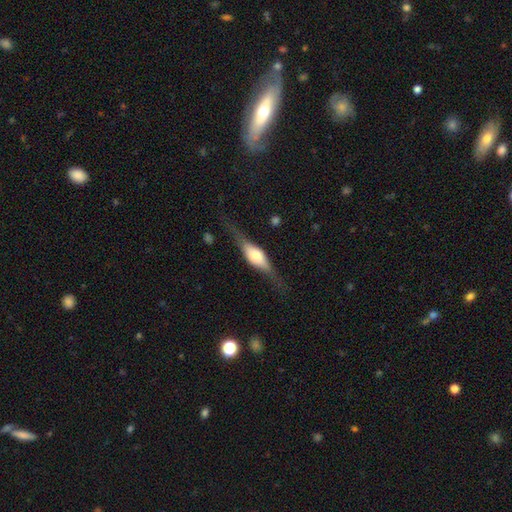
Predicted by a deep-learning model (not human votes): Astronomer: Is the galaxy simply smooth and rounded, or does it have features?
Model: featured or disk — 67%.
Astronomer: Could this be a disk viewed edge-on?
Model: yes — 94%.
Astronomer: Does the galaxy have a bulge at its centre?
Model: rounded — 82%.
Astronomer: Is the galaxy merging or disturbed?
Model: none — 73%.